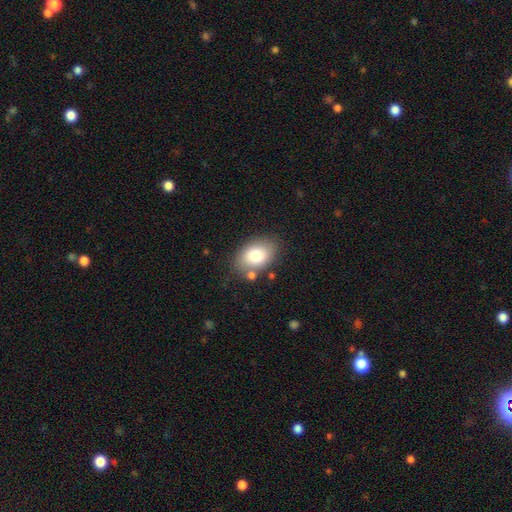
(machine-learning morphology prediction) Smooth or featured? smooth (78%)
How rounded? in between (83%)
Merging? none (76%)